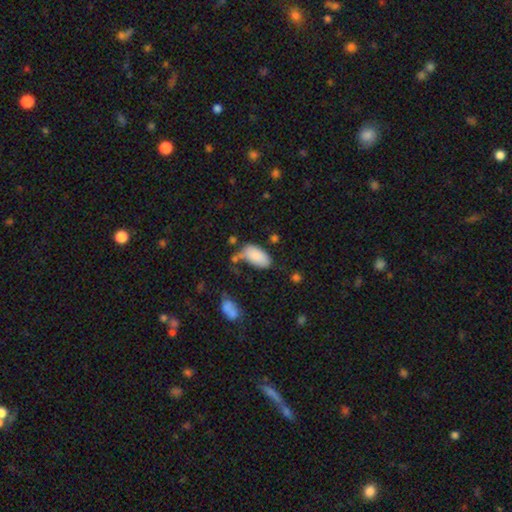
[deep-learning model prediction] Overall: smooth (86%). How rounded: in between (95%). Merging: none (51%; minor disturbance 27%).